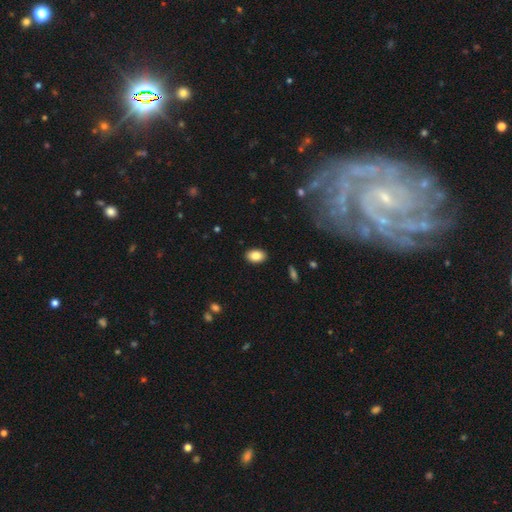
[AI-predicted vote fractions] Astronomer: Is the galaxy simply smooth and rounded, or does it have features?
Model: smooth — 85%.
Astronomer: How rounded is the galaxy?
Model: in between — 87%.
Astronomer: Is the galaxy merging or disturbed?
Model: none — 89%.